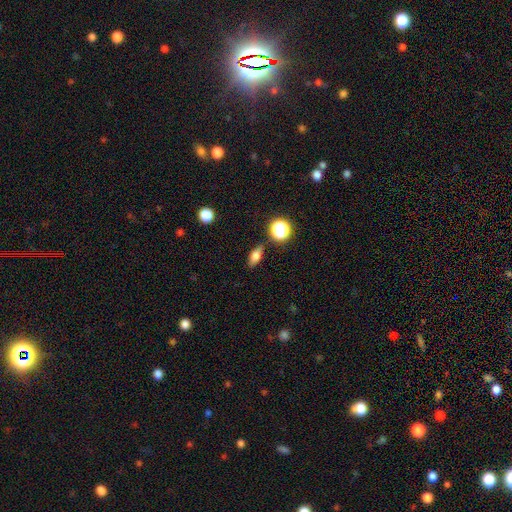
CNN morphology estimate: smooth-or-featured: smooth: 73% | featured or disk: 15% | star or artifact: 12%
  how-rounded: in between: 67% | cigar-shaped: 19% | round: 14%
  merging: none: 84% | minor disturbance: 10% | major disturbance: 3% | merger: 2%